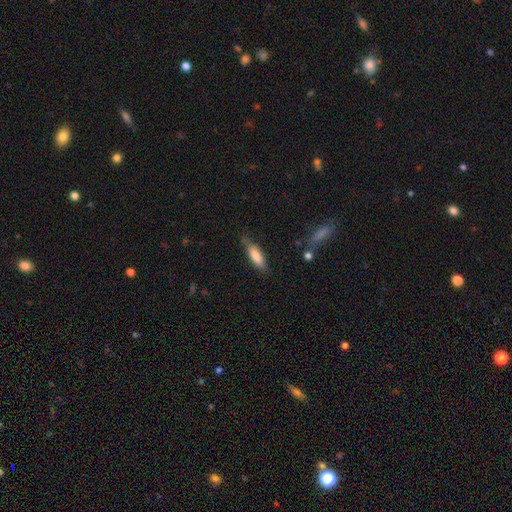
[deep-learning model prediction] Smooth or featured? smooth (81%)
How rounded? in between (50%)
Merging? none (72%)